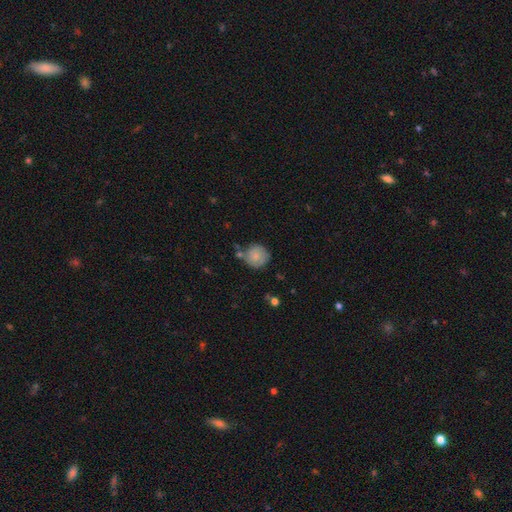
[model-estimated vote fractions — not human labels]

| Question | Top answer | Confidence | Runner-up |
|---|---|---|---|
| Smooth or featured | smooth | 80% | featured or disk (12%) |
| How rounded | round | 91% | in between (8%) |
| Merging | none | 67% | minor disturbance (19%) |